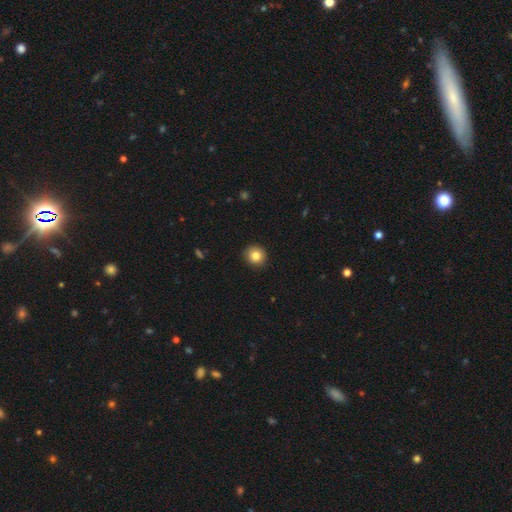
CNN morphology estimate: This is clearly a smooth galaxy (83%). How rounded: clearly round (90%). Merging: clearly none (91%).